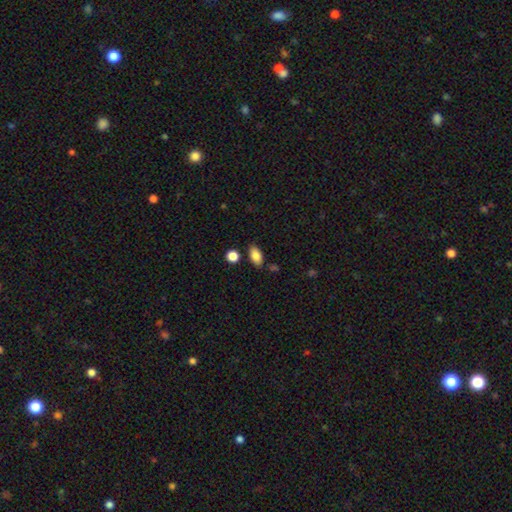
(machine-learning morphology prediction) This appears to be a smooth galaxy with no disk features (84%) that is in between round and cigar-shaped (90%). Merging: none (80%).